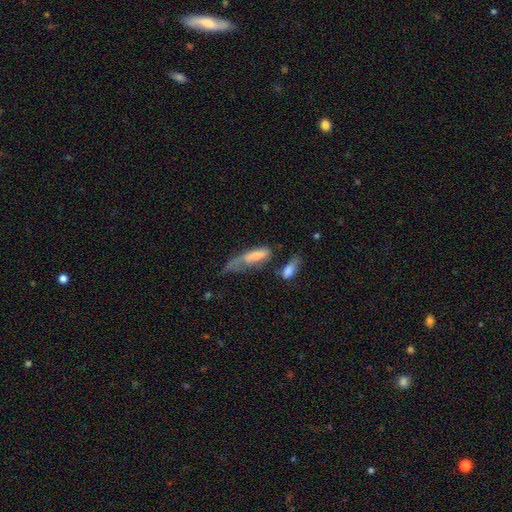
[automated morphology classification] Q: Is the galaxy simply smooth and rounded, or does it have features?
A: smooth — 55%.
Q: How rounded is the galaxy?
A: cigar-shaped — 50%.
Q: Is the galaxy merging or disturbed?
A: major disturbance — 36%.